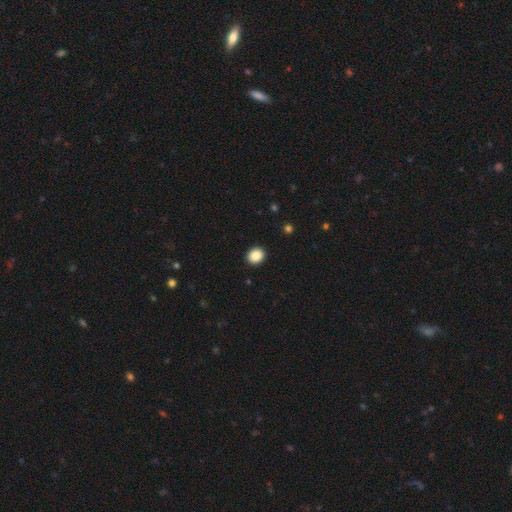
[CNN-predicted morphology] Overall: smooth (88%). How rounded: round (73%). Merging: none (92%).